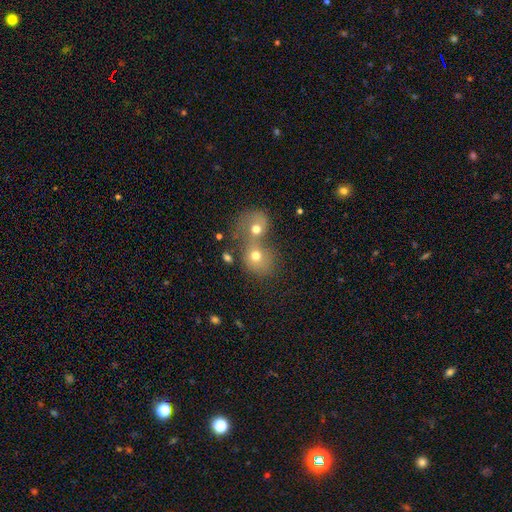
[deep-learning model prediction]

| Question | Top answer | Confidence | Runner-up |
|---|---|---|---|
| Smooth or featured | smooth | 67% | featured or disk (20%) |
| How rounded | round | 72% | in between (27%) |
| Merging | merger | 70% | none (20%) |